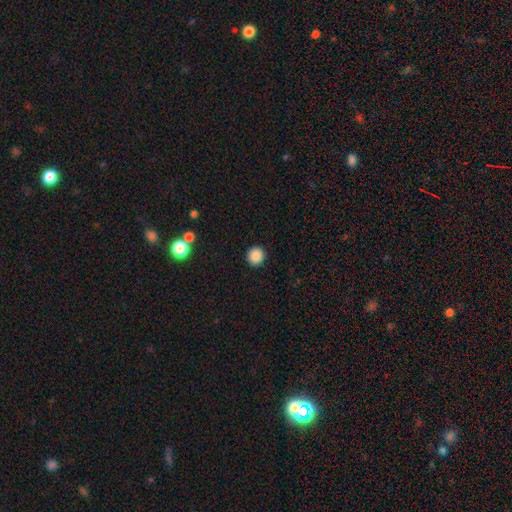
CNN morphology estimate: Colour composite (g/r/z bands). It shows a smooth galaxy with no disk features (87%) that is round (93%). Merging: none (93%).